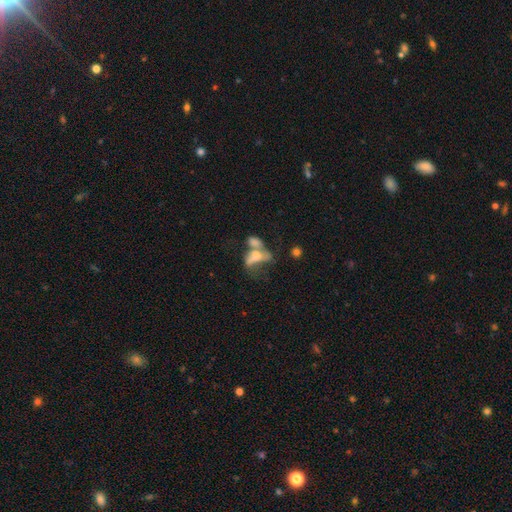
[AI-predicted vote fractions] Morphology: type=smooth (47%); merging=merger (58%).